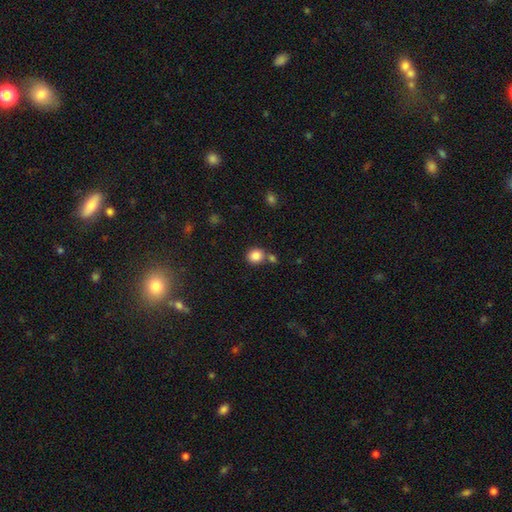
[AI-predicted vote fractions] Morphology: type=smooth (85%); roundness=round (78%); merging=none (68%).